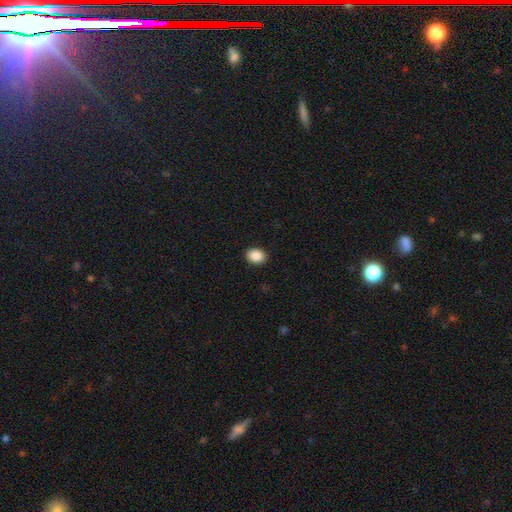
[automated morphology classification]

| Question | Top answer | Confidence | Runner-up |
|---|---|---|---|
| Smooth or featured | smooth | 89% | star or artifact (8%) |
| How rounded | in between | 59% | round (40%) |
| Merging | none | 91% | minor disturbance (6%) |